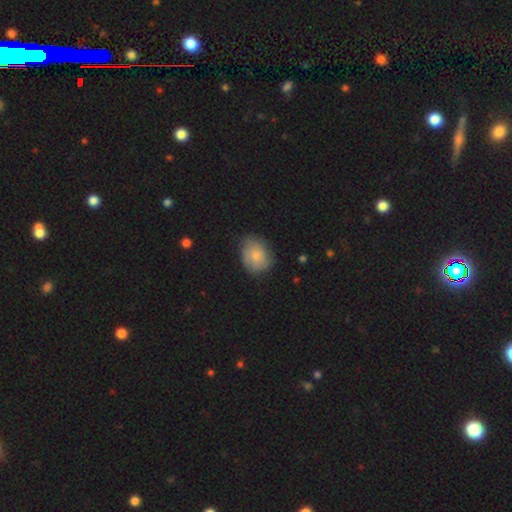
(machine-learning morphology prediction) type=smooth (67%); roundness=in between (53%); merging=none (66%).